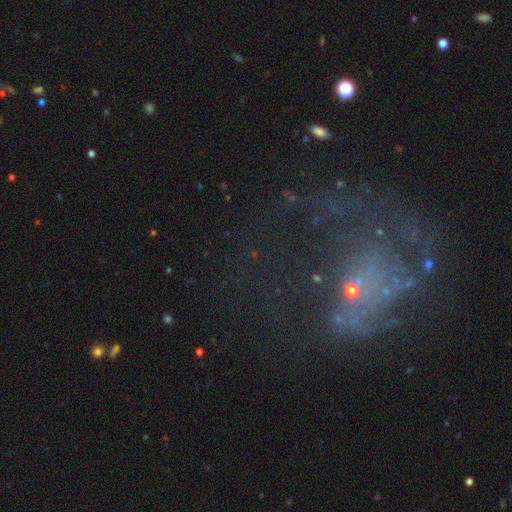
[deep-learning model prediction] A featured or disk galaxy (55%) with no bar (82%), no spiral arms (62%) and a small central bulge (49%).

Vote fractions:
- Smooth or featured? featured or disk: 55% / star or artifact: 28% / smooth: 18%
- Edge-on disk? no: 96% / yes: 4%
- Bar? no: 82% / weak: 13% / strong: 5%
- Spiral arms? no: 62% / yes: 38%
- Bulge size? small: 49% / none: 35% / moderate: 12% / large: 2% / dominant: 2%
- Merging? major disturbance: 42% / none: 37% / minor disturbance: 15% / merger: 7%